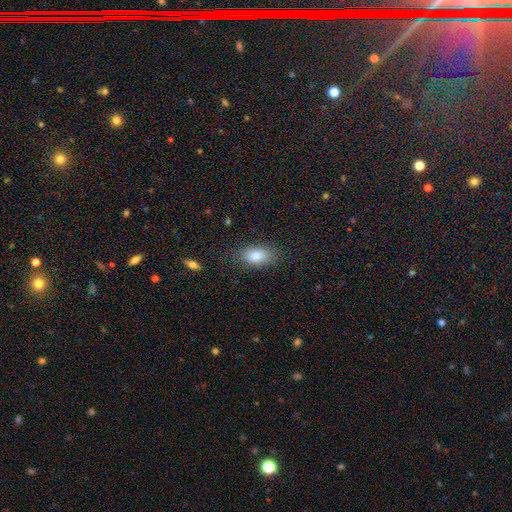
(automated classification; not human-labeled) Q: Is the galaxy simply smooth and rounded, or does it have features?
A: smooth — 82%.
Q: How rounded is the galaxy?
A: in between — 88%.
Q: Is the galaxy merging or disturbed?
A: none — 81%.